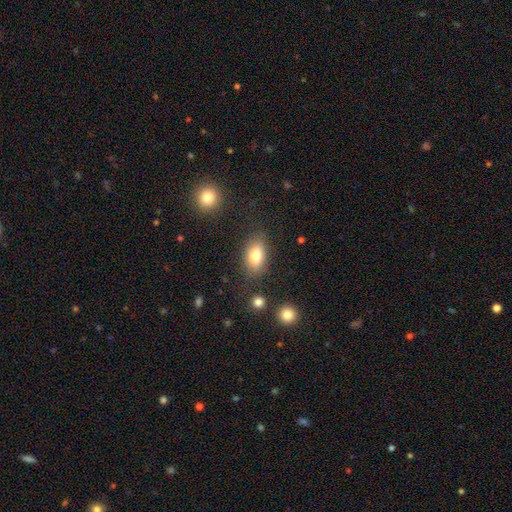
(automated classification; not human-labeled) Smooth or featured: smooth — 78% (featured or disk — 13%)
How rounded: in between — 87% (round — 8%)
Merging: none — 79% (minor disturbance — 14%)